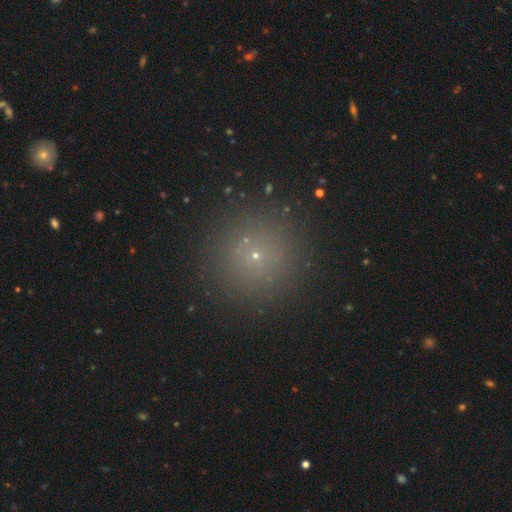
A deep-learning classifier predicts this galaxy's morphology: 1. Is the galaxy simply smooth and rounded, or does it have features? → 60% smooth, 30% star or artifact, 9% featured or disk.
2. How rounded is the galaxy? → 96% round, 3% in between, 1% cigar-shaped.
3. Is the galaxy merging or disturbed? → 90% none, 6% minor disturbance, 2% major disturbance, 2% merger.